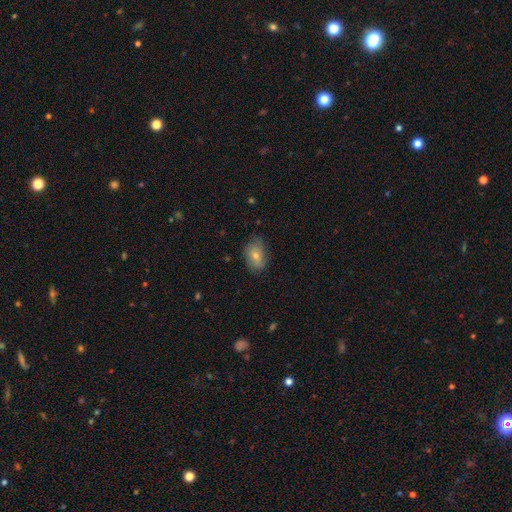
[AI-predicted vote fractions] This appears to be a smooth galaxy with no disk features (62%) that is in between round and cigar-shaped (80%). Merging: none (72%).